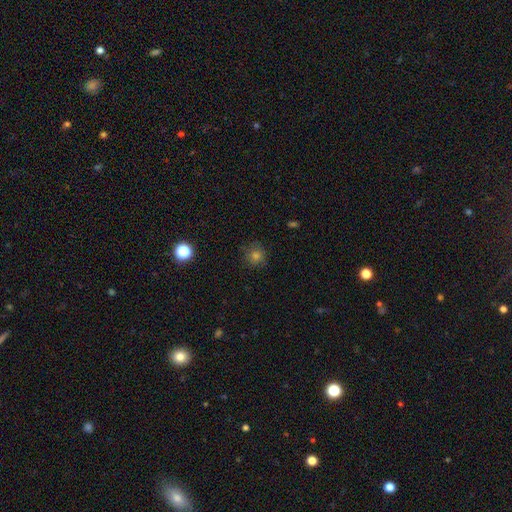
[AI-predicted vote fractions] Overall: smooth (75%). How rounded: round (92%). Merging: none (86%).